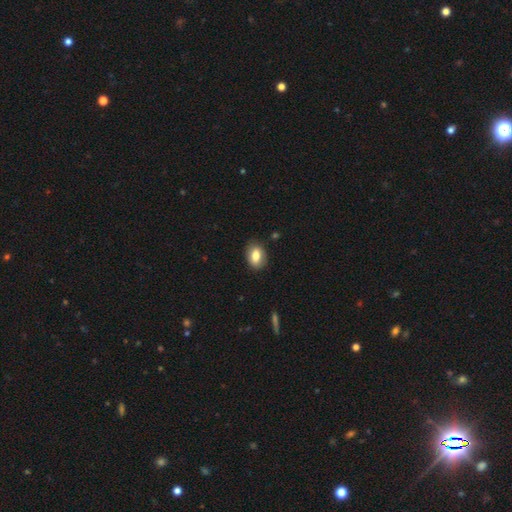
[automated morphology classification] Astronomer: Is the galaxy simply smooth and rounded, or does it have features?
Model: smooth — 81%.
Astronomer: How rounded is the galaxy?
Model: in between — 84%.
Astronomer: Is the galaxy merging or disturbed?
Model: none — 84%.